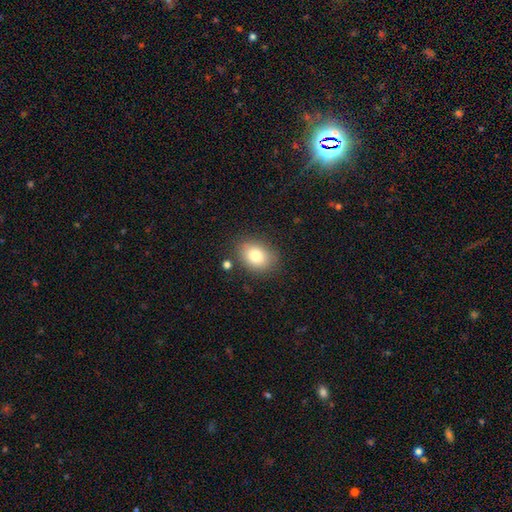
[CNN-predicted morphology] This appears to be a smooth galaxy with no disk features (79%) that is in between round and cigar-shaped (64%). Merging: none (81%).